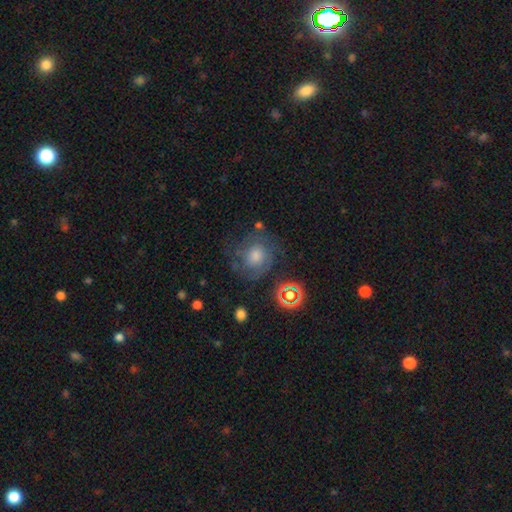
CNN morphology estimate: This appears to be a featured or disk galaxy (55%) with no bar (76%), spiral arms (85%) and a moderate central bulge (48%). Merging: none (70%).